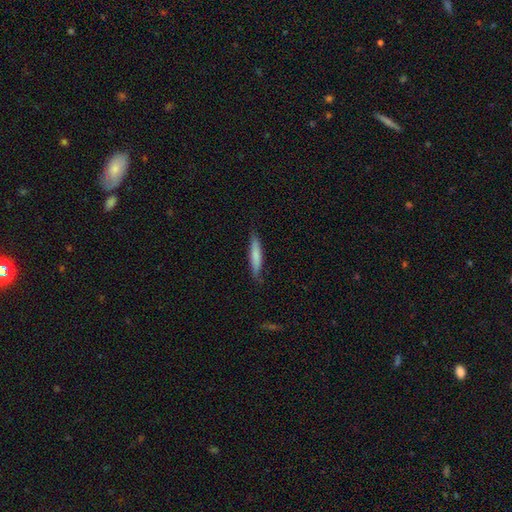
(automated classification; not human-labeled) The model was most divided on "smooth or featured": smooth: 73%, featured or disk: 21%, star or artifact: 6%. More confident: how rounded — cigar-shaped (89%); merging — none (81%).